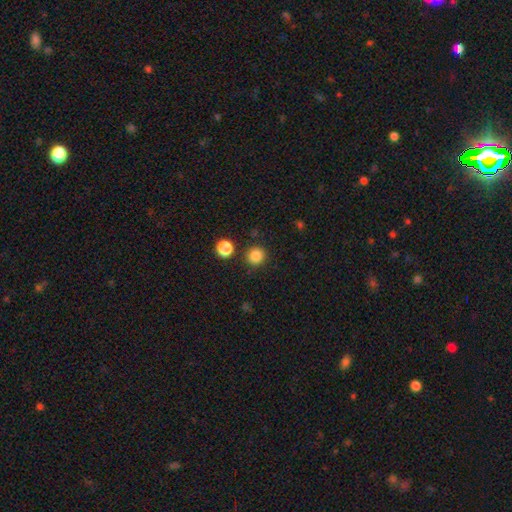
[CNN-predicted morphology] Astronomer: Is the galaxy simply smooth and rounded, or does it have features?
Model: smooth — 85%.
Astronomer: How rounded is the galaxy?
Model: round — 92%.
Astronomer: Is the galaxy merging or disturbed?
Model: none — 88%.